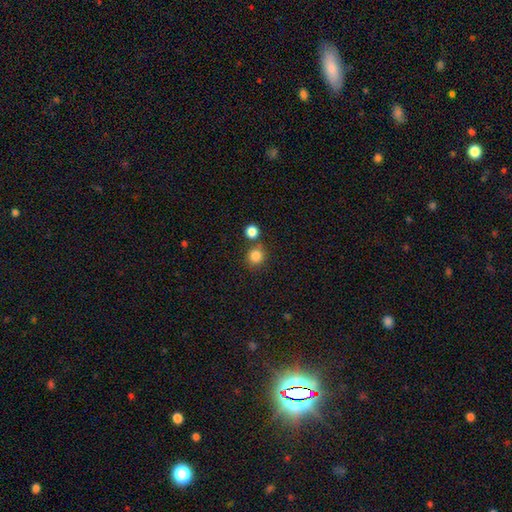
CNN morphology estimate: Q: Smooth or featured?
A: smooth (84%); runner-up: star or artifact (11%)
Q: How rounded?
A: round (90%); runner-up: in between (9%)
Q: Merging?
A: none (69%); runner-up: merger (19%)